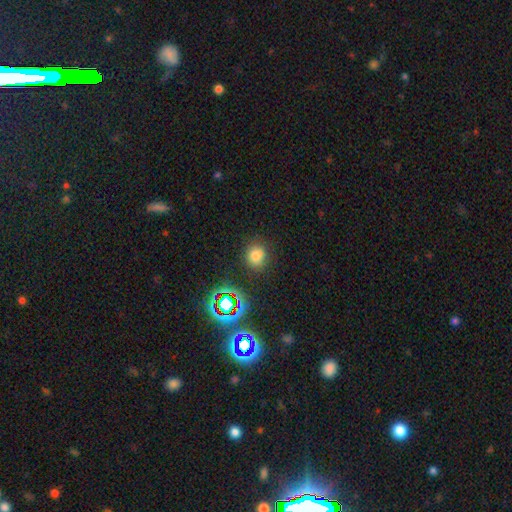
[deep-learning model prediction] This appears to be a smooth galaxy with no disk features (74%) that is round (78%). Merging: none (83%).